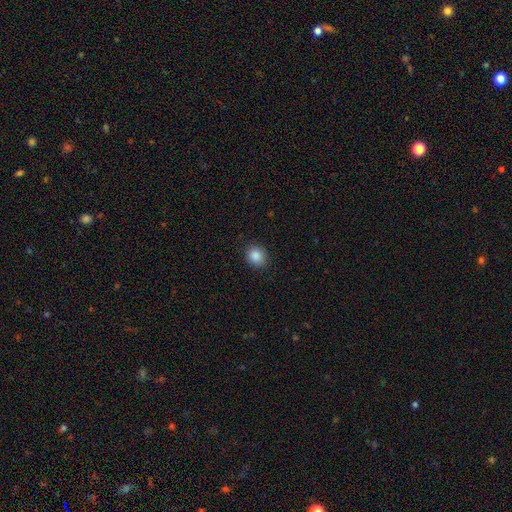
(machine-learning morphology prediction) Smooth or featured? Predicted: smooth (p=0.87). How rounded? Predicted: round (p=0.69). Merging? Predicted: none (p=0.88).